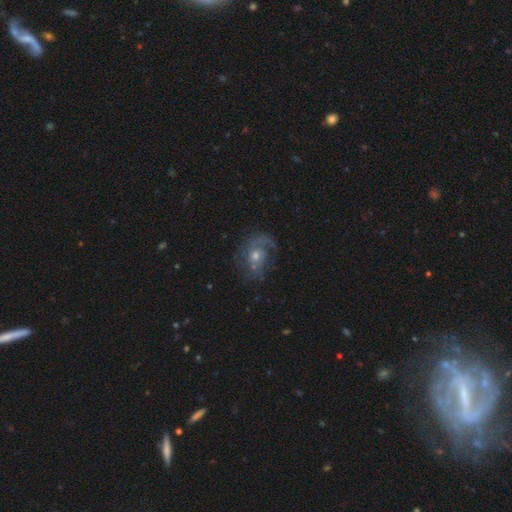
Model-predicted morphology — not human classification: A featured or disk galaxy (72%) with no bar (75%), 1 (46%) medium (42%) spiral arms (85%) and a moderate central bulge (54%). Merging: none (56%).